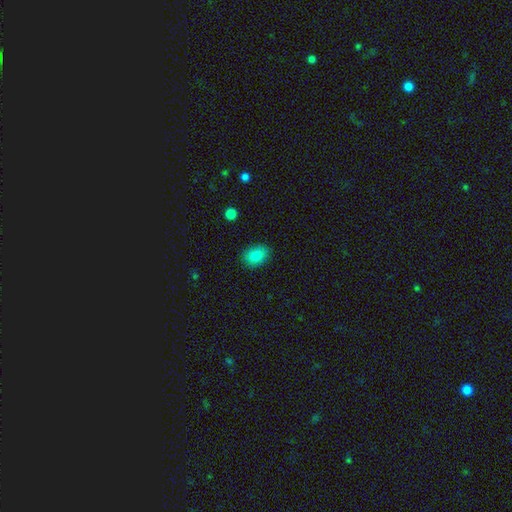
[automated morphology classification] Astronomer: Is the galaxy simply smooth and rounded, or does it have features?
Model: smooth — 85%.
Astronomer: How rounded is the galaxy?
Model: in between — 74%.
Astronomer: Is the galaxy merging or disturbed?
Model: none — 86%.